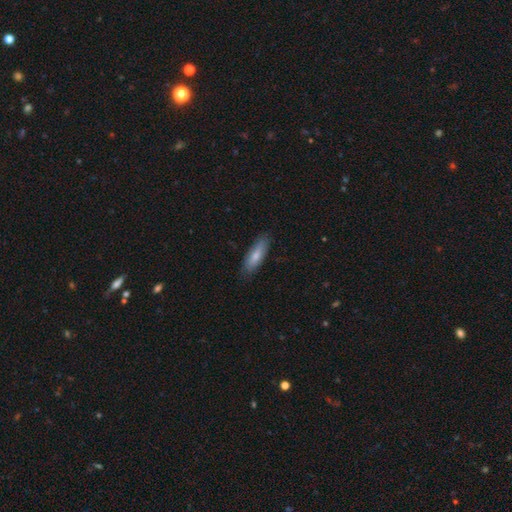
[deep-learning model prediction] Overall: smooth (75%). How rounded: in between (52%; cigar-shaped 46%). Merging: none (82%).